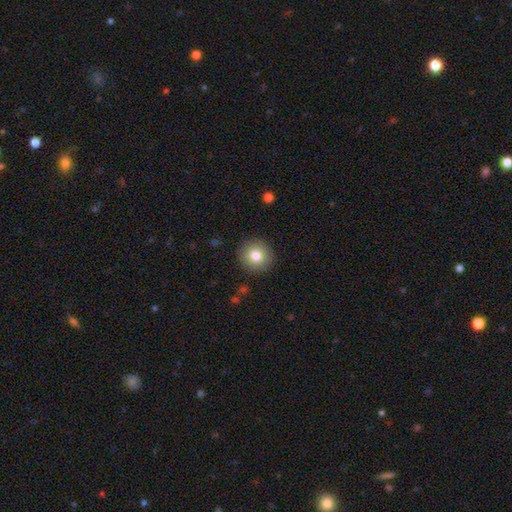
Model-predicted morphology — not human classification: Q: Smooth or featured?
A: smooth (80%); runner-up: featured or disk (11%)
Q: How rounded?
A: round (93%); runner-up: in between (6%)
Q: Merging?
A: none (90%); runner-up: minor disturbance (6%)